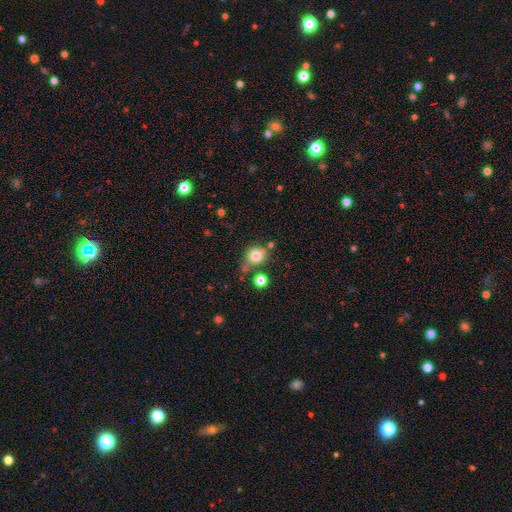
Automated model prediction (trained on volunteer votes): Morphology: type=smooth (79%); roundness=round (82%); merging=none (64%).